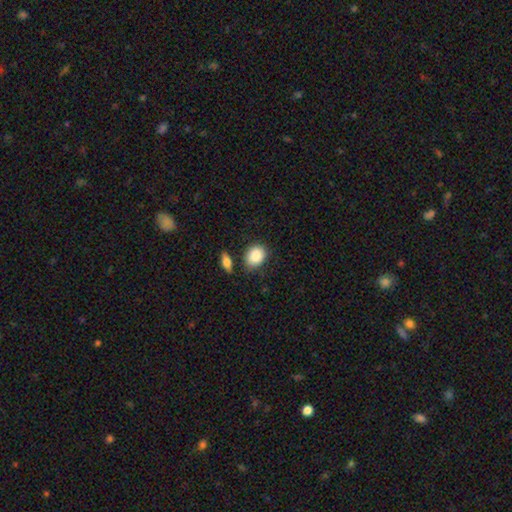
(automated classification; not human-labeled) Smooth or featured? Predicted: smooth (p=0.87). How rounded? Predicted: in between (p=0.63). Merging? Predicted: none (p=0.72).